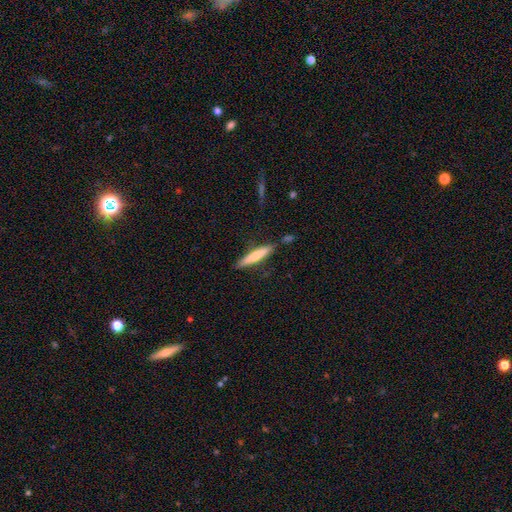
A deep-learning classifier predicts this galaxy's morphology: smooth_or_featured: smooth (p=0.67) [alt: featured or disk p=0.27]
how_rounded: cigar-shaped (p=0.90) [alt: in between p=0.09]
merging: none (p=0.81) [alt: minor disturbance p=0.13]